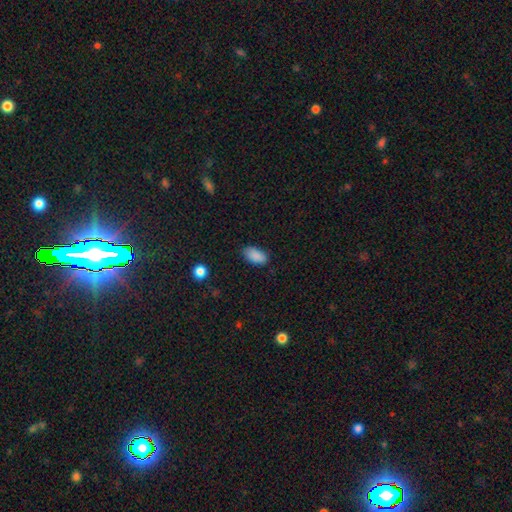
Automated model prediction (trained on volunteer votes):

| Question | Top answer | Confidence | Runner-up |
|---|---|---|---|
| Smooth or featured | smooth | 88% | star or artifact (8%) |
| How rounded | in between | 93% | round (4%) |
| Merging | none | 80% | minor disturbance (16%) |